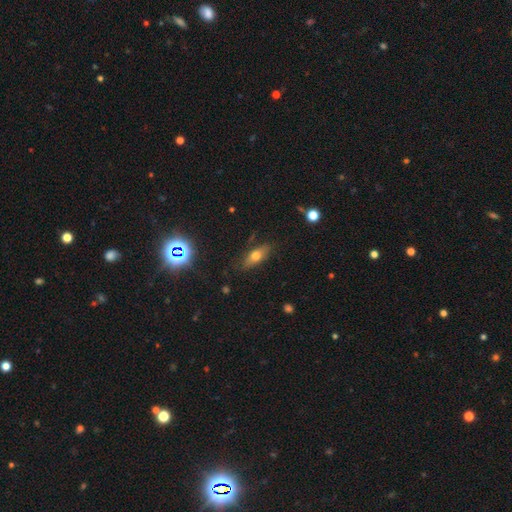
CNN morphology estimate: smooth_or_featured: smooth (p=0.62) [alt: featured or disk p=0.26]
how_rounded: in between (p=0.67) [alt: cigar-shaped p=0.28]
merging: none (p=0.80) [alt: minor disturbance p=0.15]